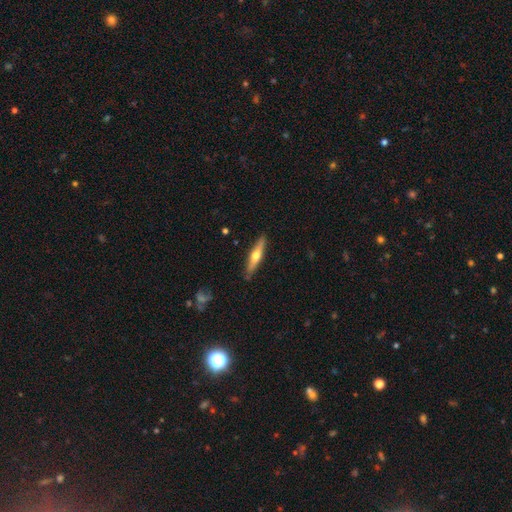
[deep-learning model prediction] This appears to be a featured or disk galaxy (56%) viewed edge-on (94%) with a rounded central bulge (93%). Merging: none (88%).